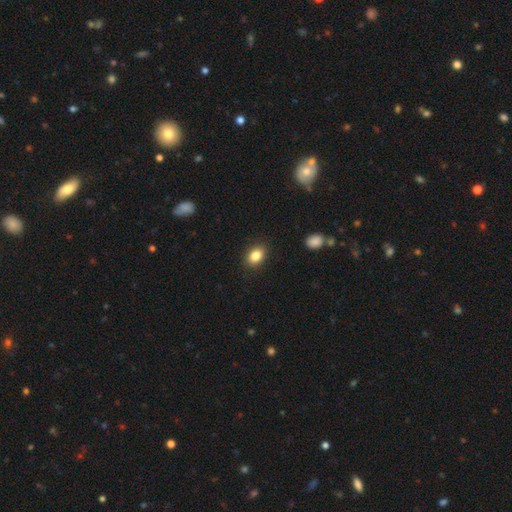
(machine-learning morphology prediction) smooth-or-featured: smooth: 85% | star or artifact: 9% | featured or disk: 6%
  how-rounded: in between: 72% | round: 27% | cigar-shaped: 1%
  merging: none: 88% | minor disturbance: 9% | major disturbance: 2% | merger: 1%